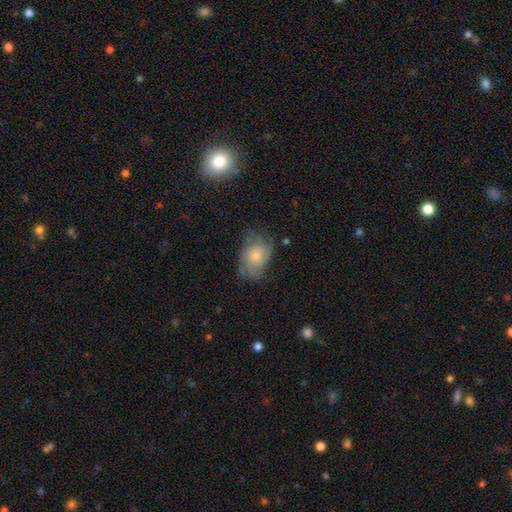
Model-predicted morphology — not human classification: Smooth or featured?
  - smooth: 54% *
  - featured or disk: 38%
  - star or artifact: 8%
How rounded?
  - in between: 80% *
  - round: 19%
  - cigar-shaped: 1%
Merging?
  - none: 54% *
  - minor disturbance: 31%
  - major disturbance: 13%
  - merger: 2%